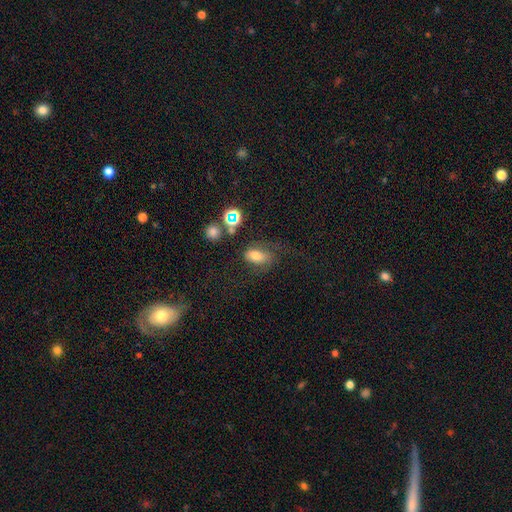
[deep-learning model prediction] smooth 58%, featured or disk 27%, star or artifact 15%. Down the decision tree: how rounded — in between (82%); merging — none (44%).